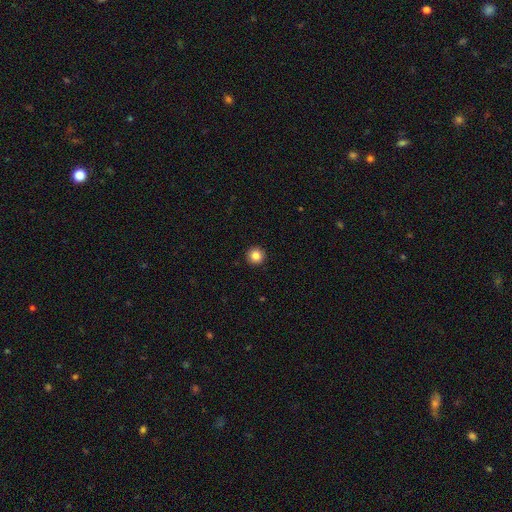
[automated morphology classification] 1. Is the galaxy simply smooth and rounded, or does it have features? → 85% smooth, 10% star or artifact, 5% featured or disk.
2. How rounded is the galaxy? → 96% round, 3% in between, 1% cigar-shaped.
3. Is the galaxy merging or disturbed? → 94% none, 4% minor disturbance, 1% major disturbance, 1% merger.